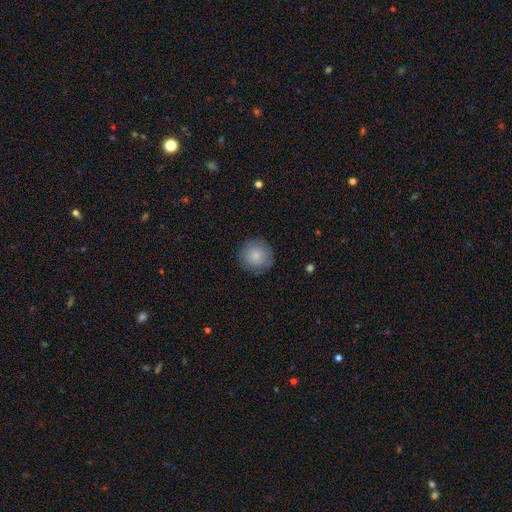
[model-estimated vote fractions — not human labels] This appears to be a smooth galaxy with no disk features (84%) that is round (94%). Merging: none (87%).